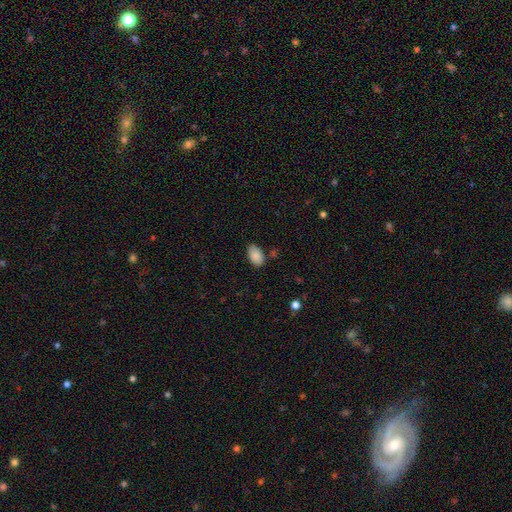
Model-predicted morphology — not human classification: smooth 88%, star or artifact 8%, featured or disk 5%. Down the decision tree: how rounded — in between (92%); merging — none (75%).